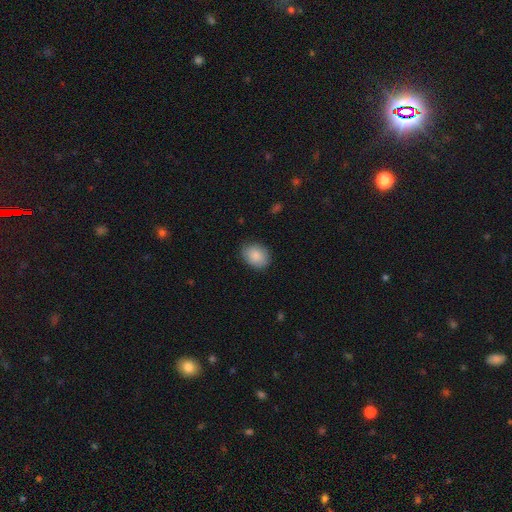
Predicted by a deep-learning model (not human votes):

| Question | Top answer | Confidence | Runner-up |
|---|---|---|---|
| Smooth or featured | smooth | 88% | star or artifact (7%) |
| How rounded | in between | 58% | round (42%) |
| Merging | none | 85% | minor disturbance (11%) |